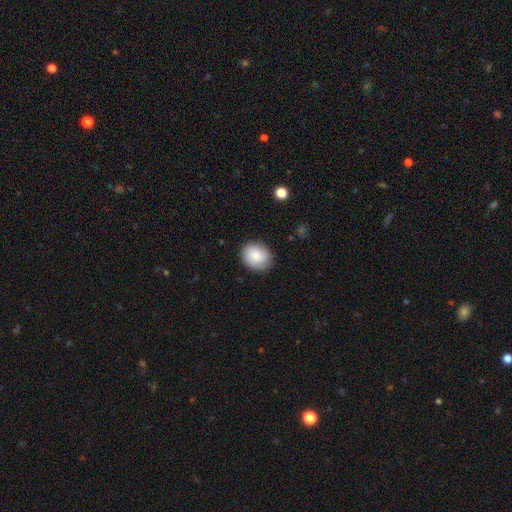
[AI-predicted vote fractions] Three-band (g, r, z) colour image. It shows a smooth galaxy with no disk features (83%) that is round (64%). Merging: none (84%).